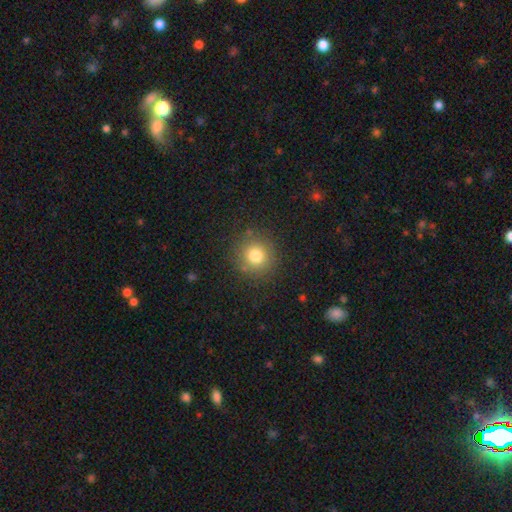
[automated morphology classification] A smooth galaxy with no disk features (78%) that is round (92%).

Vote fractions:
- Smooth or featured? smooth: 78% / star or artifact: 13% / featured or disk: 9%
- How rounded? round: 92% / in between: 7% / cigar-shaped: 1%
- Merging? none: 86% / minor disturbance: 9% / major disturbance: 3% / merger: 2%